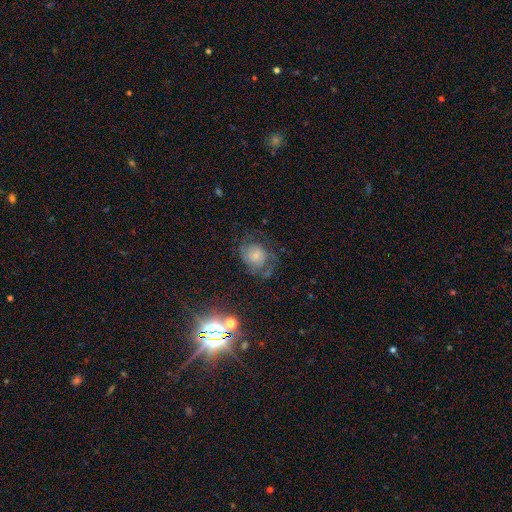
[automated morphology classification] Smooth or featured? featured or disk (59%)
Edge-on disk? no (97%)
Bar? no (79%)
Spiral arms? yes (80%)
Bulge size? small (65%)
Merging? none (51%)